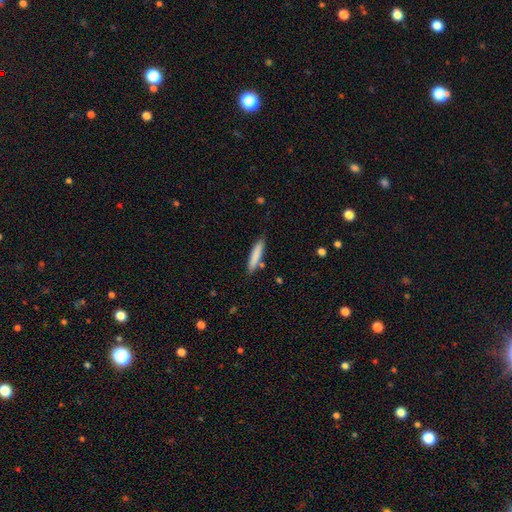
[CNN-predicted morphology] smooth_or_featured: smooth (p=0.82) [alt: featured or disk p=0.12]
how_rounded: cigar-shaped (p=0.87) [alt: in between p=0.12]
merging: none (p=0.83) [alt: minor disturbance p=0.11]